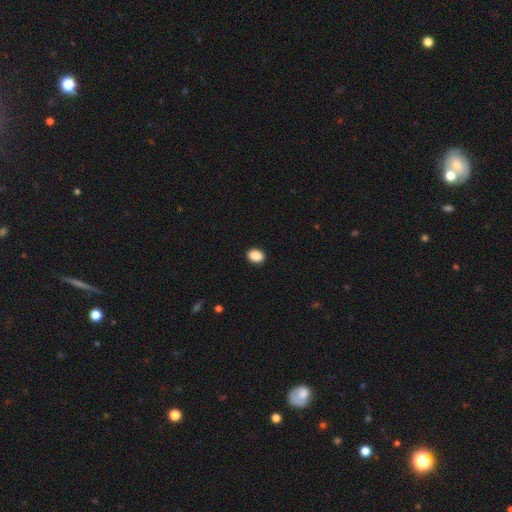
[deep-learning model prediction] This appears to be a smooth galaxy with no disk features (89%) that is in between round and cigar-shaped (65%). Merging: none (91%).